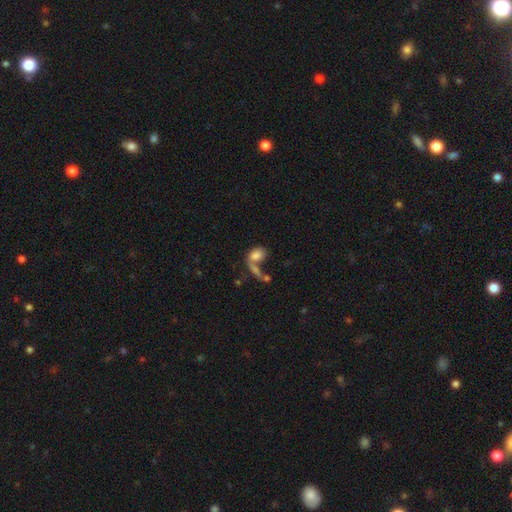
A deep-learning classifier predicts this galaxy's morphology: smooth-or-featured: smooth: 77% | featured or disk: 13% | star or artifact: 10%
  how-rounded: in between: 81% | round: 15% | cigar-shaped: 4%
  merging: merger: 43% | none: 34% | major disturbance: 12% | minor disturbance: 11%